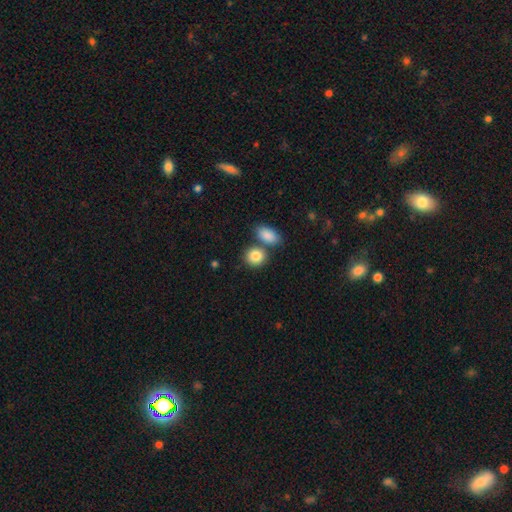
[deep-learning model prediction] smooth 86%, star or artifact 8%, featured or disk 7%. Down the decision tree: how rounded — round (65%); merging — none (59%).